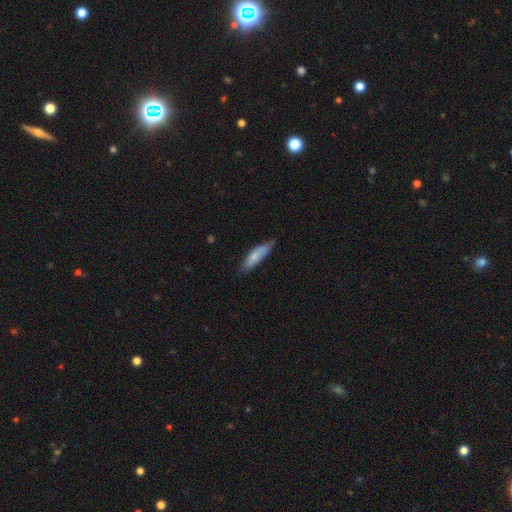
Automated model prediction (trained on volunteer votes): Smooth or featured: smooth — 76% (featured or disk — 18%)
How rounded: cigar-shaped — 59% (in between — 40%)
Merging: none — 62% (minor disturbance — 30%)